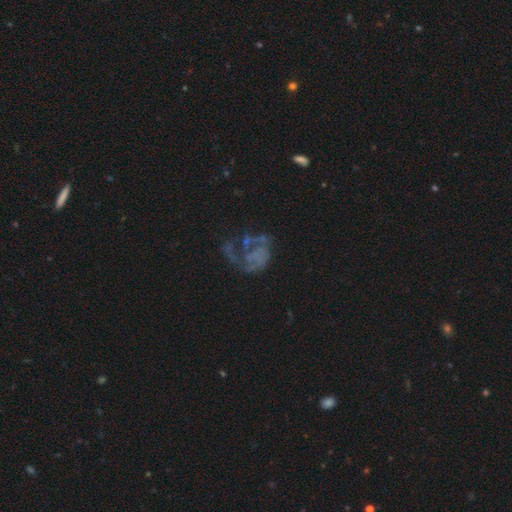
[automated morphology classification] type=featured or disk (69%); edge-on=no (98%); bar=no (83%); spiral arms=yes (57%); bulge=none (80%); merging=major disturbance (44%).